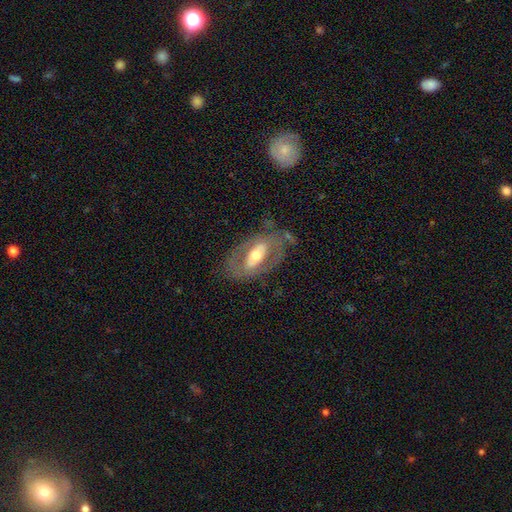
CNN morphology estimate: This is likely a featured or disk galaxy (69%). It is clearly not viewed edge-on (88%). Bar: marginally strong (37%). Spiral arm pattern: possibly no (58%). Central bulge: likely moderate (63%). Merging: likely none (66%).